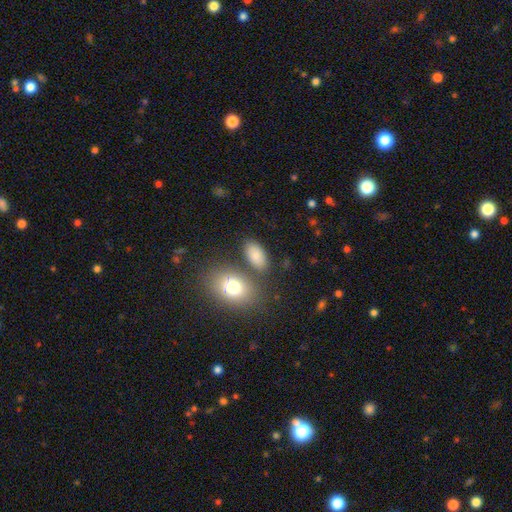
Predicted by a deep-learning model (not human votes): The model was most divided on "merging": none: 73%, minor disturbance: 13%, merger: 10%, major disturbance: 4%. More confident: how rounded — in between (91%); smooth or featured — smooth (81%).